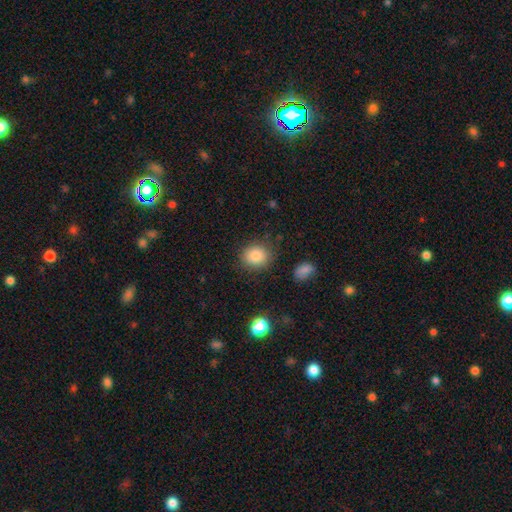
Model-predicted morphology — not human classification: type=smooth (84%); roundness=round (74%); merging=none (84%).